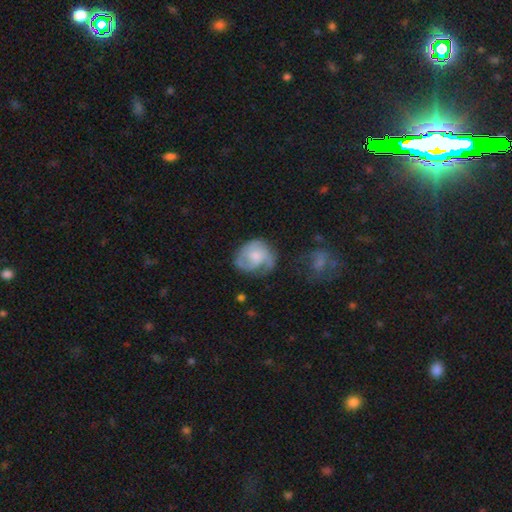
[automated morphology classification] Smooth or featured? featured or disk (59%)
Edge-on disk? no (98%)
Bar? no (73%)
Spiral arms? yes (83%)
Bulge size? moderate (38%)
Merging? none (49%)